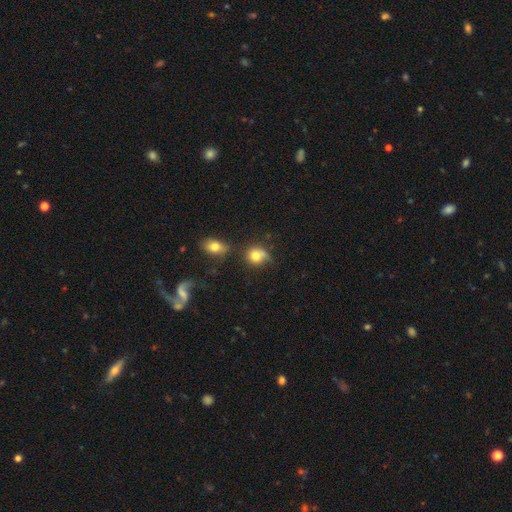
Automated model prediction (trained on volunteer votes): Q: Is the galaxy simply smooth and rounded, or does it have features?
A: smooth — 77%.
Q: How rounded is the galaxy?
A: round — 77%.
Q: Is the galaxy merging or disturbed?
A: none — 51%.